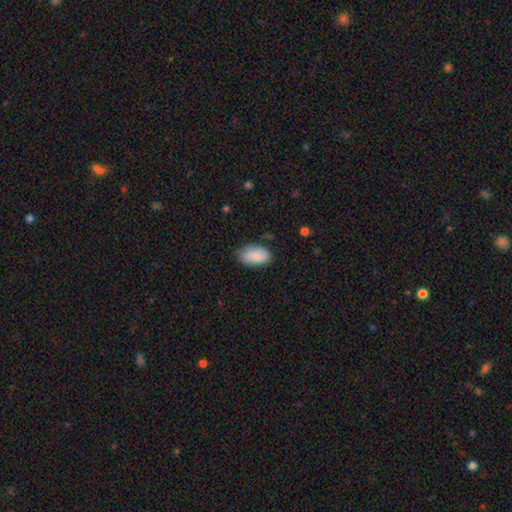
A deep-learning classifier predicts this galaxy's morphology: type=smooth (82%); roundness=in between (94%); merging=none (71%).